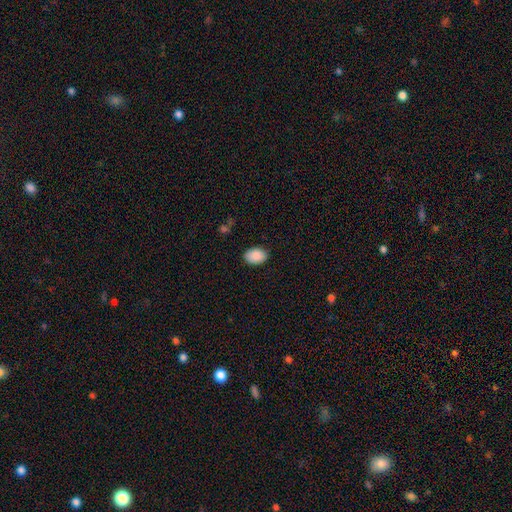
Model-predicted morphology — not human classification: A smooth galaxy with no disk features (89%) that is in between round and cigar-shaped (82%). Merging: none (87%).